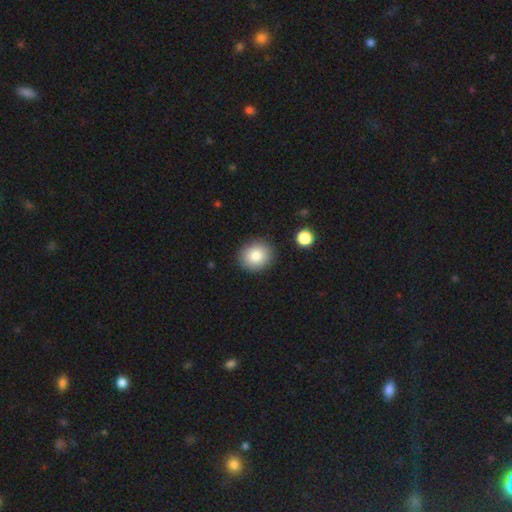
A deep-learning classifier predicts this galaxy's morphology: A smooth galaxy with no disk features (85%) that is round (78%). Merging: none (89%).